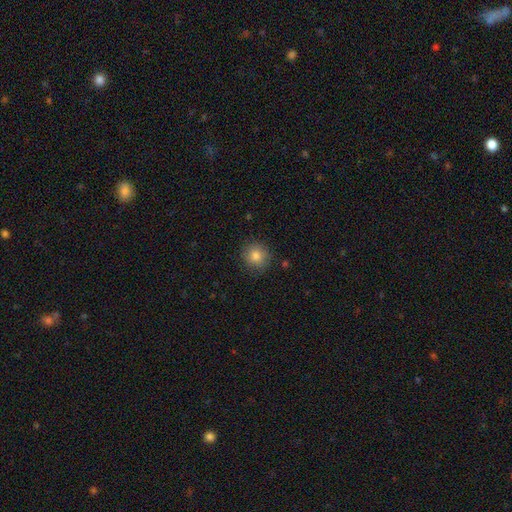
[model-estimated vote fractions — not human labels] Q: Smooth or featured?
A: smooth (84%); runner-up: star or artifact (10%)
Q: How rounded?
A: round (89%); runner-up: in between (10%)
Q: Merging?
A: none (87%); runner-up: minor disturbance (9%)